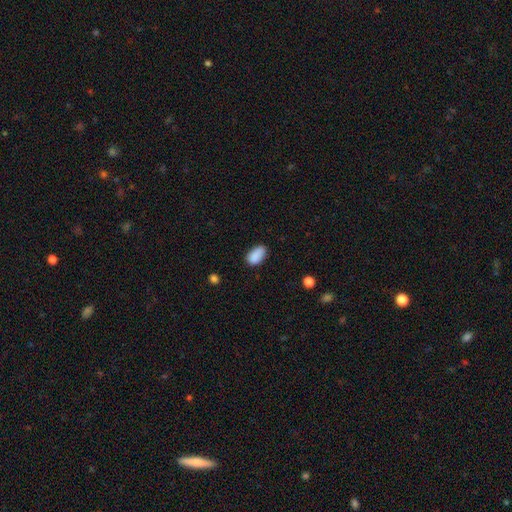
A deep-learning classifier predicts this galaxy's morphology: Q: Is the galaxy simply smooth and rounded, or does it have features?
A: smooth — 88%.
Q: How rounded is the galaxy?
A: in between — 93%.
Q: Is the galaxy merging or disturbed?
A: none — 76%.